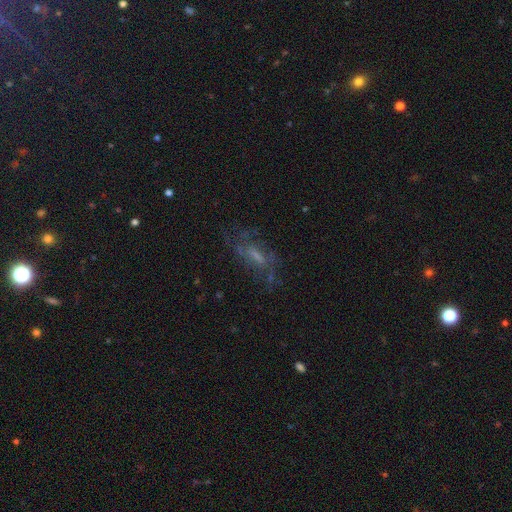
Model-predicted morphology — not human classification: featured or disk 58%, smooth 26%, star or artifact 15%. Down the decision tree: edge-on disk — no (86%); bar — weak (44%); spiral arms — yes (66%); bulge size — none (34%); merging — none (59%).